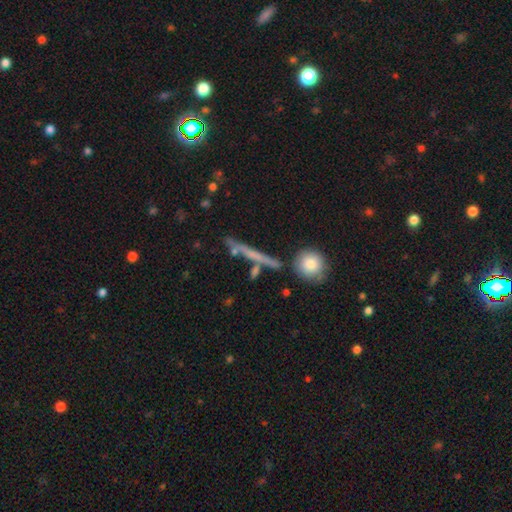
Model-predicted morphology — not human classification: The model was most divided on "smooth or featured": smooth: 45%, featured or disk: 44%, star or artifact: 10%. More confident: merging — none (76%).